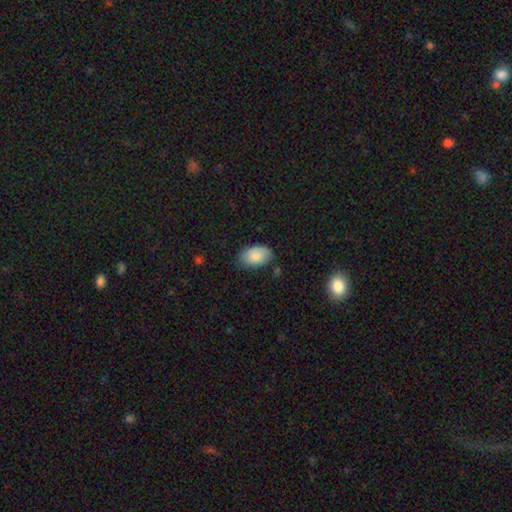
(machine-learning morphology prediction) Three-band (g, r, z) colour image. It shows a smooth galaxy with no disk features (80%) that is in between round and cigar-shaped (90%). Merging: none (73%).